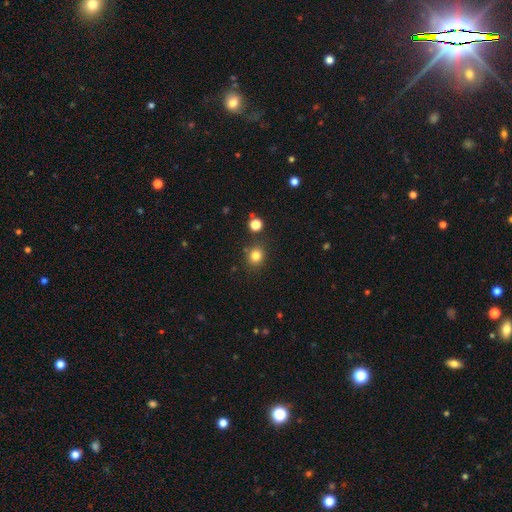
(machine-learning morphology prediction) A smooth galaxy with no disk features (81%) that is round (81%). Merging: none (83%).